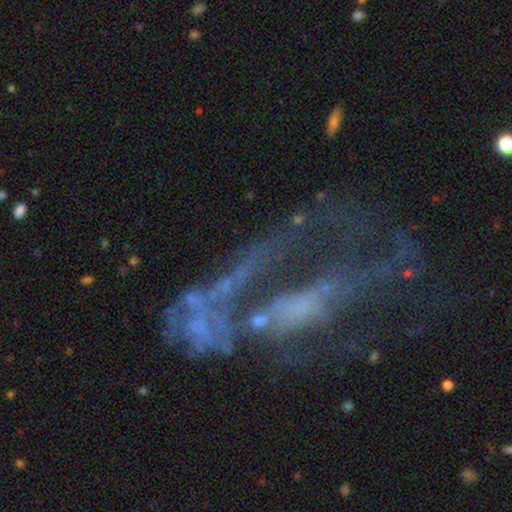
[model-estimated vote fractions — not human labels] Q: Smooth or featured?
A: featured or disk (64%); runner-up: star or artifact (20%)
Q: Edge-on disk?
A: no (91%); runner-up: yes (9%)
Q: Bar?
A: no (74%); runner-up: weak (16%)
Q: Spiral arms?
A: no (68%); runner-up: yes (32%)
Q: Bulge size?
A: none (61%); runner-up: small (19%)
Q: Merging?
A: major disturbance (42%); runner-up: merger (25%)